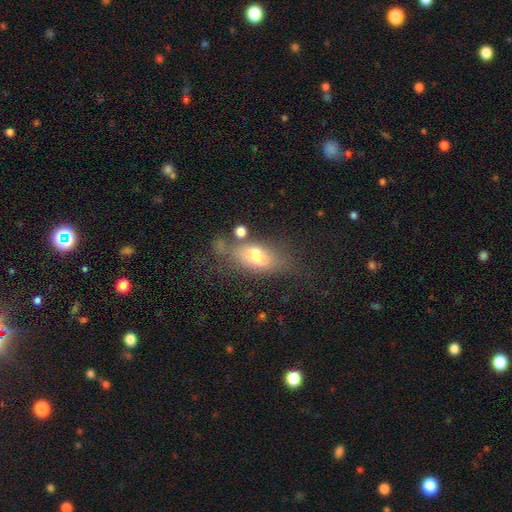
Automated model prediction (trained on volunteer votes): smooth_or_featured: smooth (p=0.63) [alt: featured or disk p=0.27]
how_rounded: in between (p=0.79) [alt: cigar-shaped p=0.14]
merging: none (p=0.46) [alt: minor disturbance p=0.24]